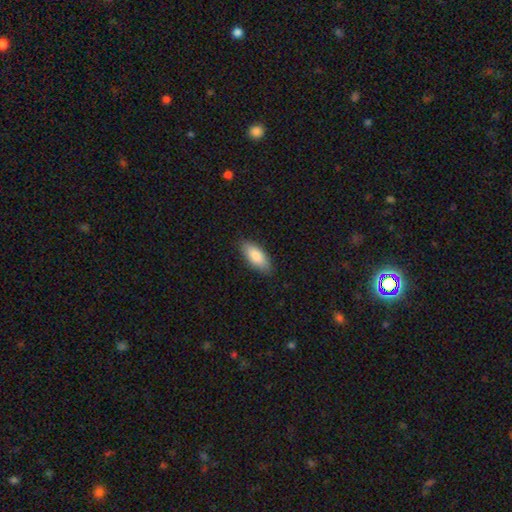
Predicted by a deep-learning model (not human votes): Morphology: type=smooth (85%); roundness=in between (84%); merging=none (85%).